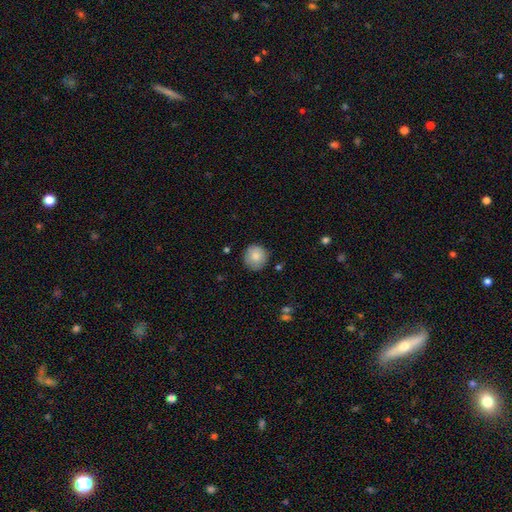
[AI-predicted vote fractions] Smooth or featured? smooth (83%)
How rounded? round (92%)
Merging? none (84%)